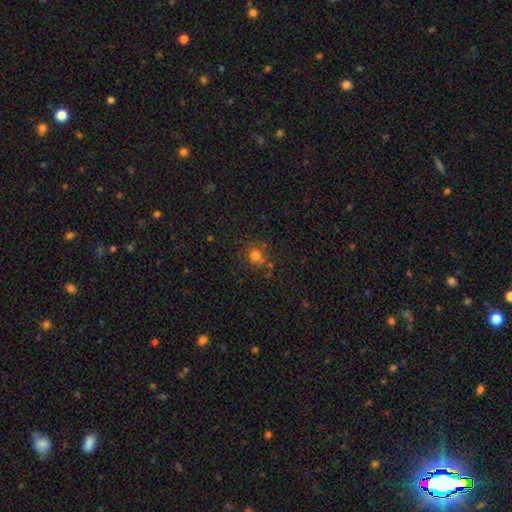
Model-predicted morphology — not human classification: Smooth or featured? Predicted: smooth (p=0.73). How rounded? Predicted: round (p=0.84). Merging? Predicted: none (p=0.69).